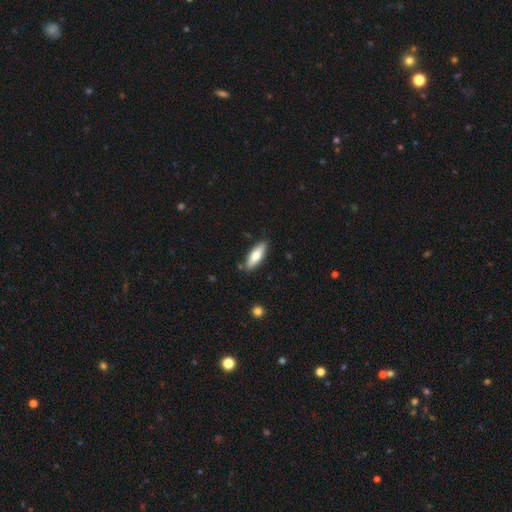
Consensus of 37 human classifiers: Smooth or featured? smooth (78%)
How rounded? in between (66%)
Merging? none (86%)